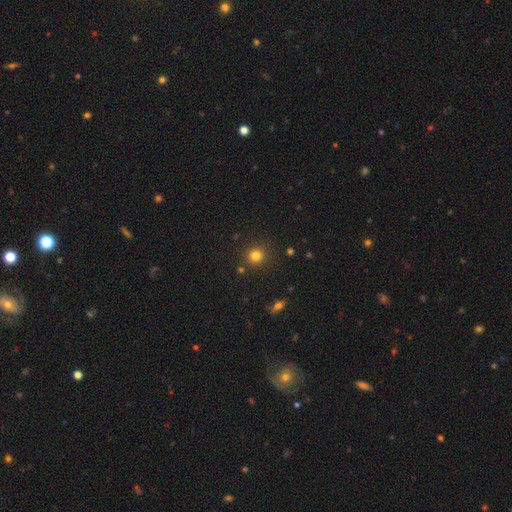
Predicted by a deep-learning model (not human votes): Morphology: type=smooth (79%); roundness=round (91%); merging=none (86%).